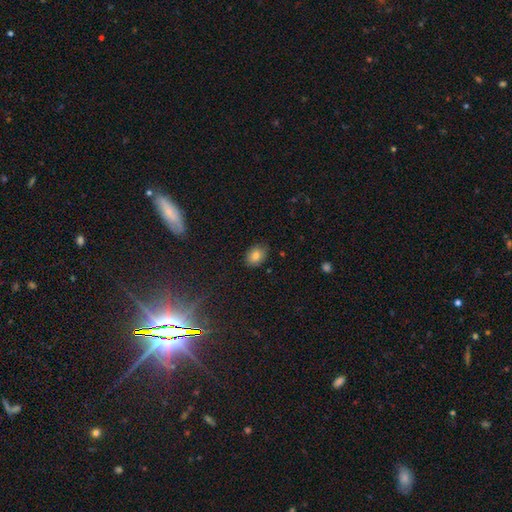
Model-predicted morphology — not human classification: Smooth or featured? smooth (80%)
How rounded? in between (67%)
Merging? none (83%)